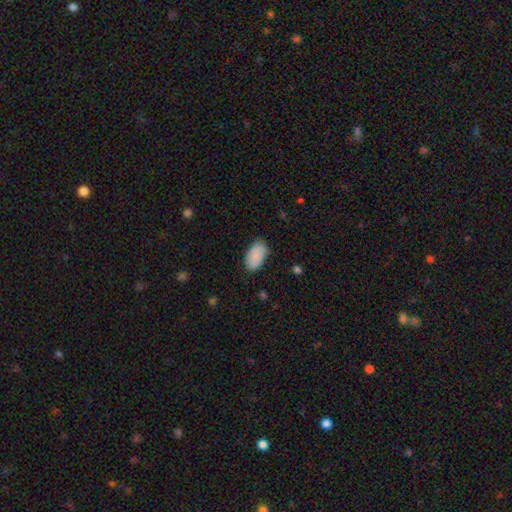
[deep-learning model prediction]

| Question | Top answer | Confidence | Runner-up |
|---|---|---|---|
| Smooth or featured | smooth | 89% | star or artifact (6%) |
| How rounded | in between | 95% | round (3%) |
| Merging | none | 80% | minor disturbance (16%) |